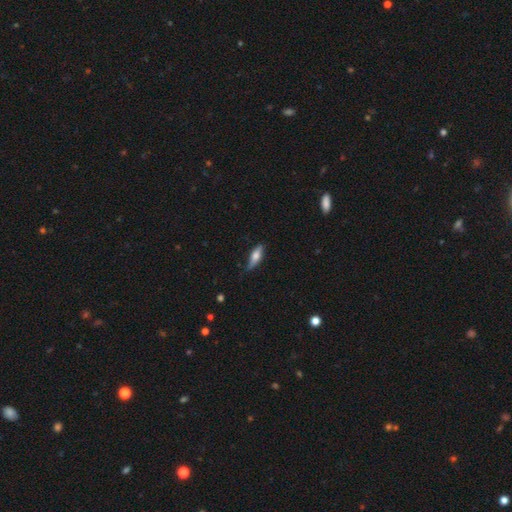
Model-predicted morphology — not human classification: A smooth galaxy with no disk features (60%) that is in between round and cigar-shaped (52%).

Vote fractions:
- Smooth or featured? smooth: 60% / featured or disk: 34% / star or artifact: 6%
- How rounded? in between: 52% / cigar-shaped: 45% / round: 3%
- Merging? none: 71% / minor disturbance: 24% / major disturbance: 4% / merger: 1%